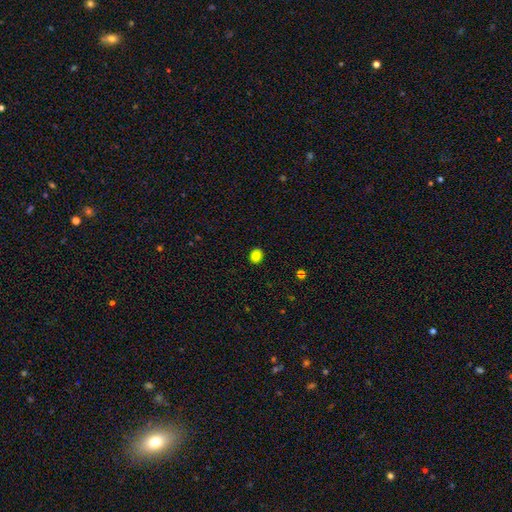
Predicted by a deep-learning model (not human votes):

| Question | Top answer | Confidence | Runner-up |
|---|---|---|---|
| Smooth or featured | smooth | 86% | star or artifact (11%) |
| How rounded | round | 62% | in between (37%) |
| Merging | none | 89% | minor disturbance (8%) |